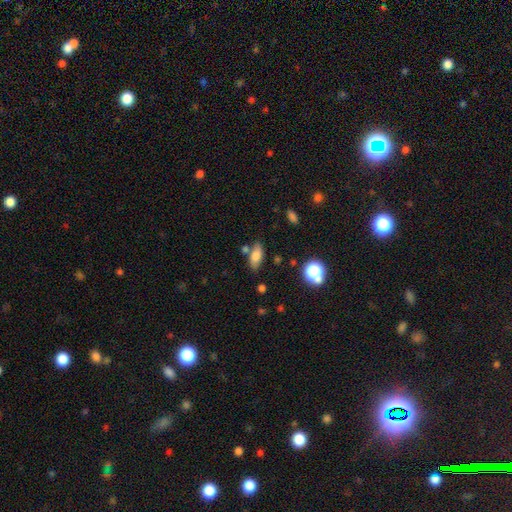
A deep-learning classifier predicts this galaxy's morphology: Smooth or featured? Predicted: smooth (p=0.78). How rounded? Predicted: in between (p=0.83). Merging? Predicted: none (p=0.70).